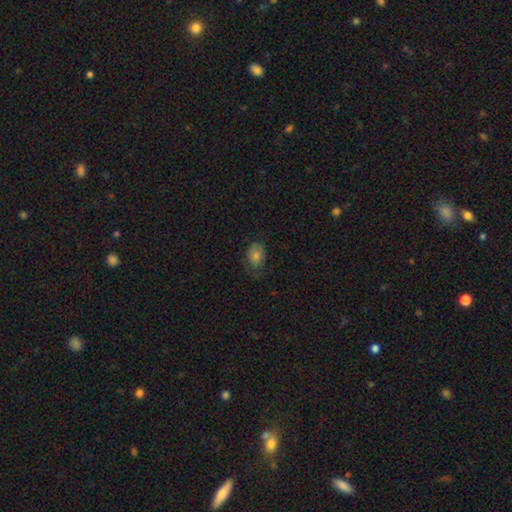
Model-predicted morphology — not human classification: The model was most divided on "merging": none: 68%, minor disturbance: 24%, major disturbance: 7%, merger: 1%. More confident: how rounded — in between (75%); smooth or featured — smooth (68%).